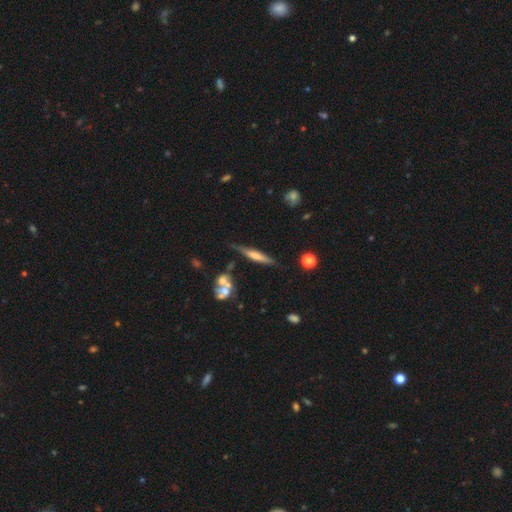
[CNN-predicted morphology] This appears to be a featured or disk galaxy (49%). Merging: none (72%).